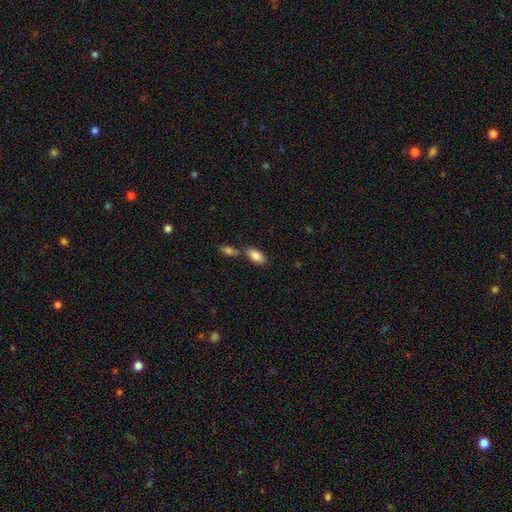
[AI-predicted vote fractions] smooth-or-featured: smooth: 85% | featured or disk: 8% | star or artifact: 7%
  how-rounded: in between: 91% | cigar-shaped: 6% | round: 3%
  merging: none: 59% | merger: 26% | minor disturbance: 12% | major disturbance: 3%